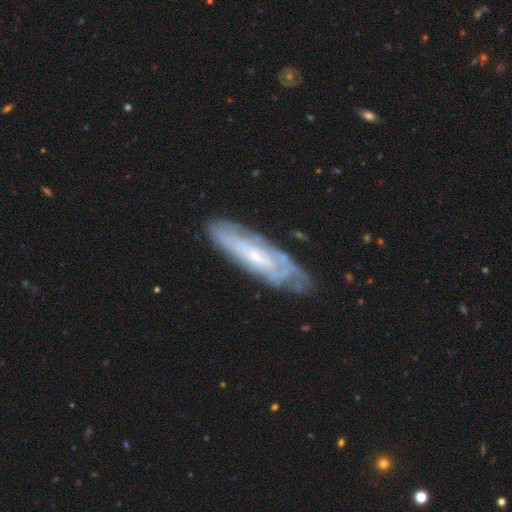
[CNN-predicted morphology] Q: Smooth or featured?
A: featured or disk (73%); runner-up: smooth (21%)
Q: Edge-on disk?
A: no (73%); runner-up: yes (27%)
Q: Bar?
A: no (62%); runner-up: weak (29%)
Q: Spiral arms?
A: yes (79%); runner-up: no (21%)
Q: Bulge size?
A: small (72%); runner-up: moderate (20%)
Q: Merging?
A: none (71%); runner-up: minor disturbance (21%)